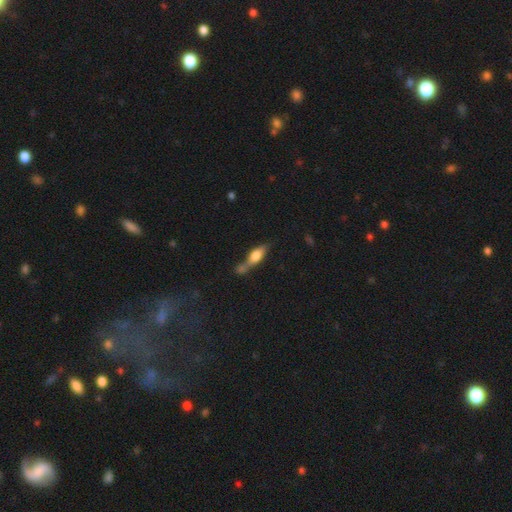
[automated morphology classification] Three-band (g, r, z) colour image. It shows a smooth galaxy with no disk features (54%) that is in between round and cigar-shaped (53%). Merging: merger (41%).